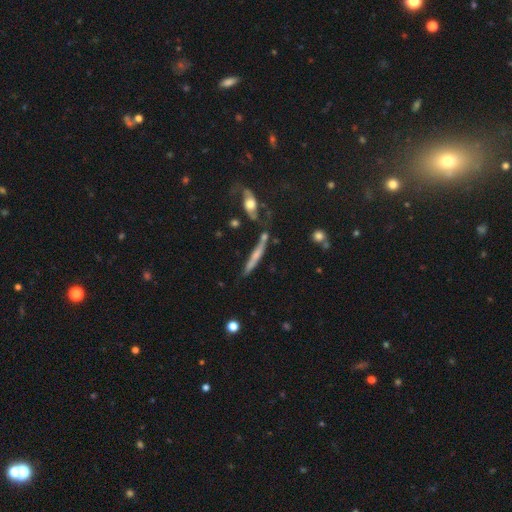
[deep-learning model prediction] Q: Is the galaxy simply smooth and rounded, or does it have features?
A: featured or disk — 54%.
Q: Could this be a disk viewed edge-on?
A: yes — 88%.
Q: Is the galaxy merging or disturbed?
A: none — 60%.